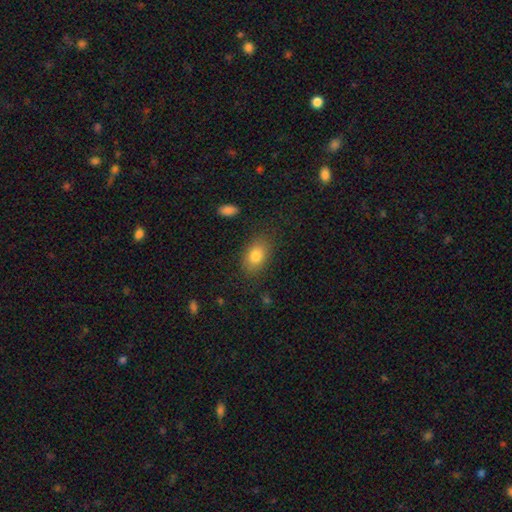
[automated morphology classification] Smooth or featured? smooth (82%)
How rounded? in between (84%)
Merging? none (83%)